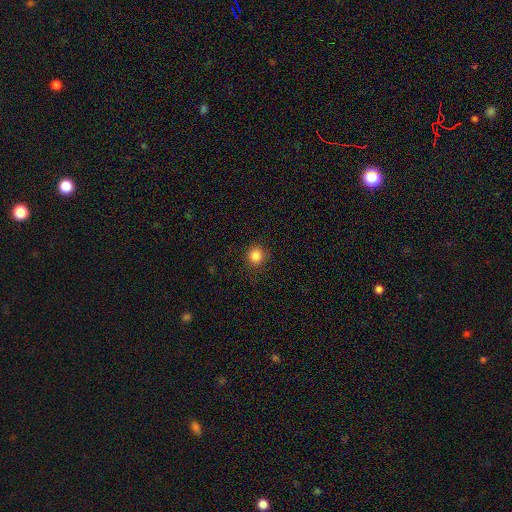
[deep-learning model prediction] smooth 85%, star or artifact 12%, featured or disk 4%. Down the decision tree: how rounded — round (92%); merging — none (90%).